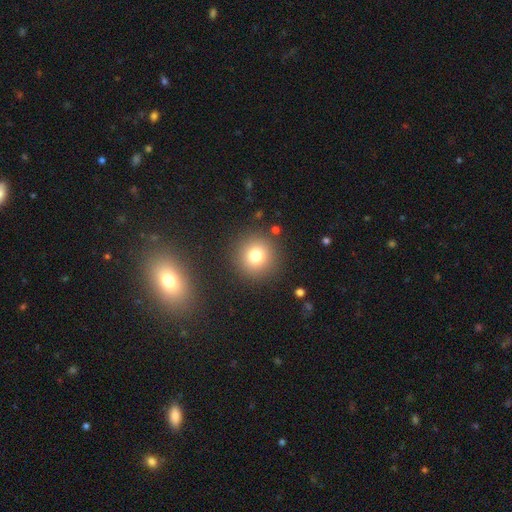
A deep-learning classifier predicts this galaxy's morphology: Q: Smooth or featured?
A: smooth (77%); runner-up: star or artifact (13%)
Q: How rounded?
A: round (94%); runner-up: in between (5%)
Q: Merging?
A: none (88%); runner-up: minor disturbance (6%)